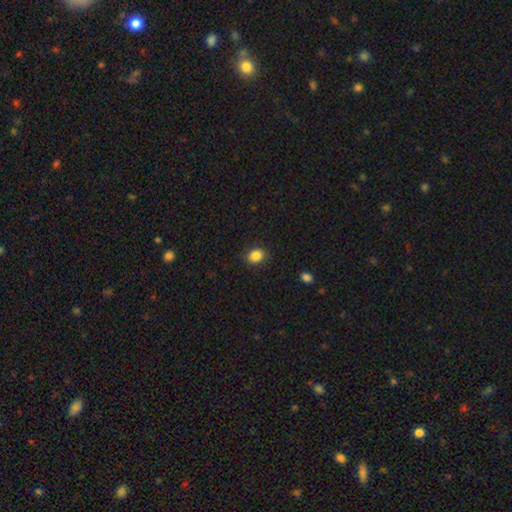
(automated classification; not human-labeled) Smooth or featured? smooth (86%)
How rounded? in between (52%)
Merging? none (87%)